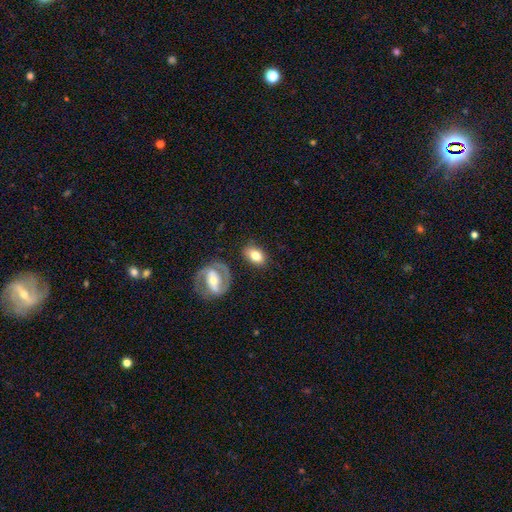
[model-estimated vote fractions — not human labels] This is likely a smooth galaxy (69%). How rounded: clearly in between (84%). Merging: likely none (79%).